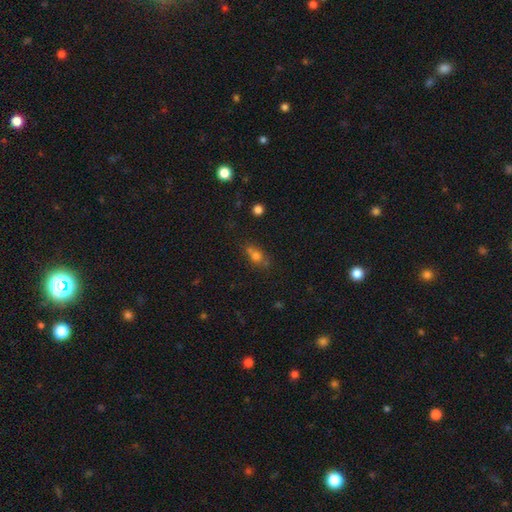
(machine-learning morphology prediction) Q: Smooth or featured?
A: smooth (71%); runner-up: star or artifact (16%)
Q: How rounded?
A: in between (48%); tied with: round (48%)
Q: Merging?
A: none (49%); runner-up: merger (29%)